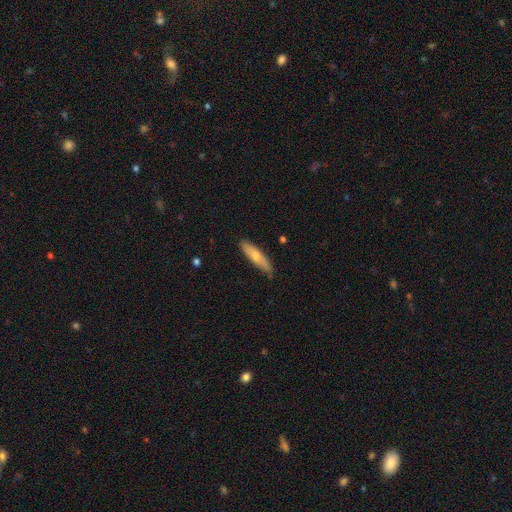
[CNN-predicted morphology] A smooth galaxy with no disk features (68%) that is cigar-shaped (71%). Merging: none (80%).